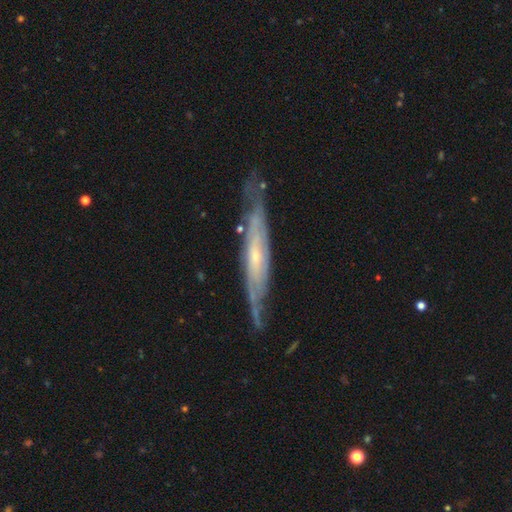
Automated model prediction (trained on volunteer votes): featured or disk 80%, smooth 15%, star or artifact 6%. Down the decision tree: edge-on disk — yes (59%); merging — none (72%).